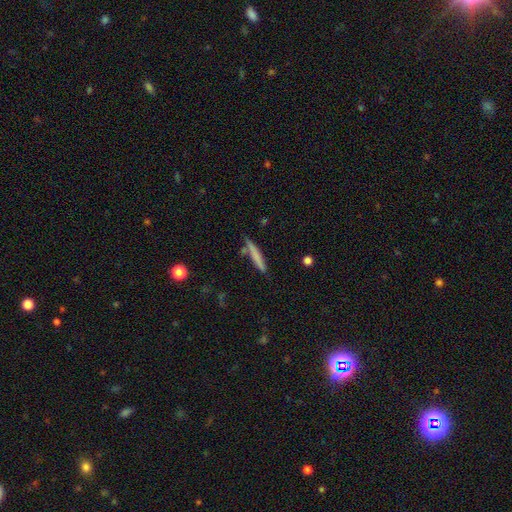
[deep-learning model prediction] Smooth or featured: smooth — 69% (featured or disk — 24%)
How rounded: cigar-shaped — 94% (in between — 5%)
Merging: none — 76% (minor disturbance — 14%)